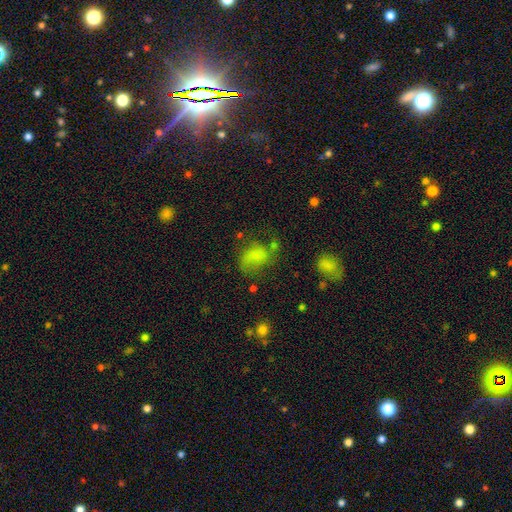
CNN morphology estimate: smooth 63%, featured or disk 22%, star or artifact 15%. Down the decision tree: how rounded — in between (69%); merging — none (39%).